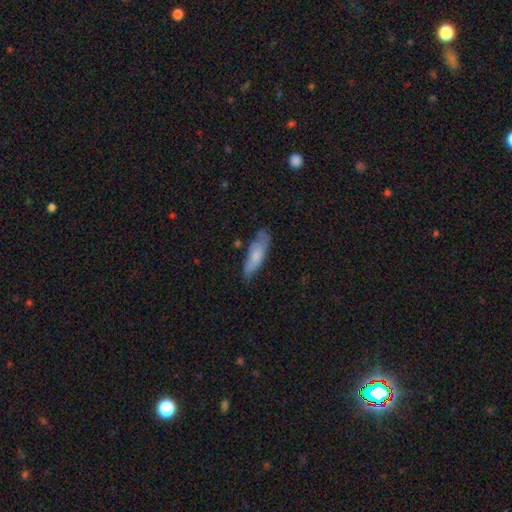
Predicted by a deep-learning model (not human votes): smooth 67%, featured or disk 26%, star or artifact 6%. Down the decision tree: how rounded — cigar-shaped (50%); merging — none (65%).